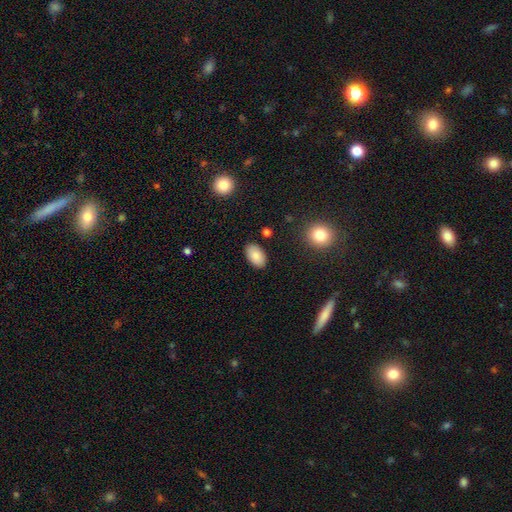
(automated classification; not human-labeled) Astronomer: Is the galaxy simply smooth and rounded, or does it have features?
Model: smooth — 85%.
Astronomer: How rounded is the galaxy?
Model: in between — 93%.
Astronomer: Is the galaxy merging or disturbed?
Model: none — 86%.